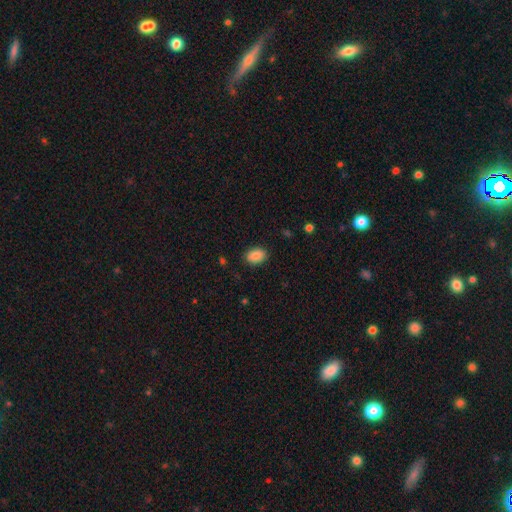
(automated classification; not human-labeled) Smooth or featured? Predicted: smooth (p=0.89). How rounded? Predicted: in between (p=0.81). Merging? Predicted: none (p=0.88).